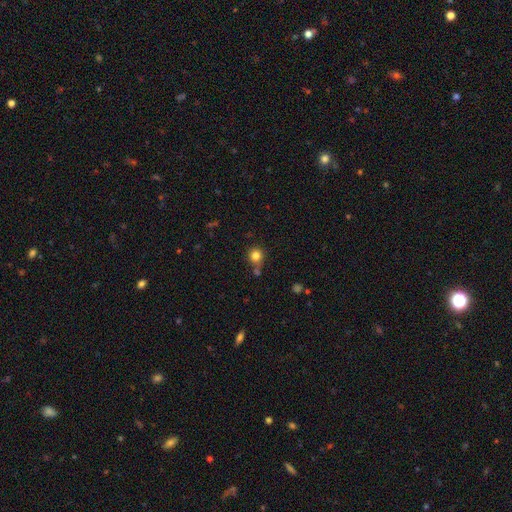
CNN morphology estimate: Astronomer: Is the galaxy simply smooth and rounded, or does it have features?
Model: smooth — 82%.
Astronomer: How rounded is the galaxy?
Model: round — 91%.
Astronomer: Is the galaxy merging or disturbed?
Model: none — 71%.